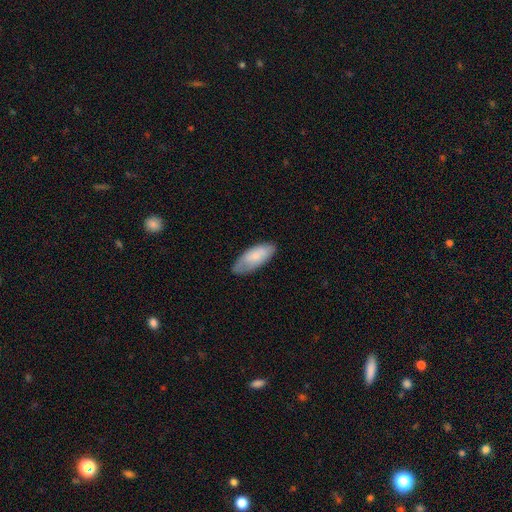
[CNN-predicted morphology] A smooth galaxy with no disk features (73%) that is in between round and cigar-shaped (85%).

Vote fractions:
- Smooth or featured? smooth: 73% / featured or disk: 21% / star or artifact: 6%
- How rounded? in between: 85% / cigar-shaped: 13% / round: 2%
- Merging? none: 71% / minor disturbance: 24% / major disturbance: 4% / merger: 1%